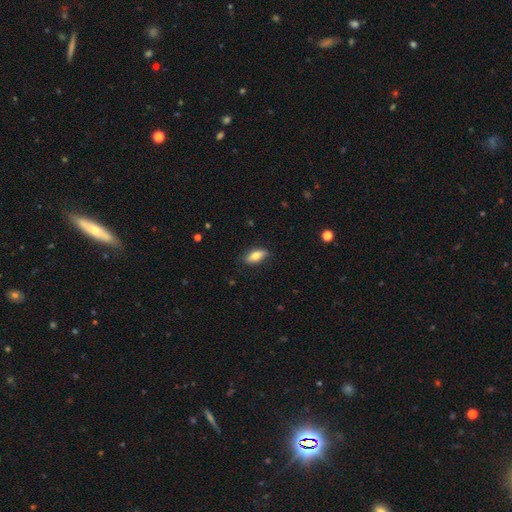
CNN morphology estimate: This appears to be a smooth galaxy with no disk features (73%) that is in between round and cigar-shaped (78%). Merging: none (84%).